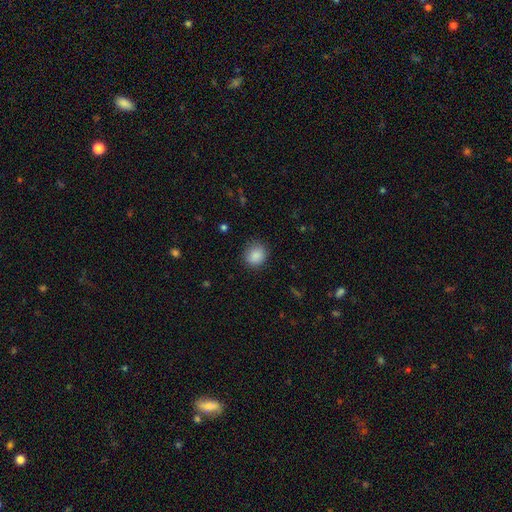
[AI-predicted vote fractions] smooth_or_featured: smooth (p=0.88) [alt: star or artifact p=0.09]
how_rounded: round (p=0.79) [alt: in between p=0.20]
merging: none (p=0.83) [alt: minor disturbance p=0.13]